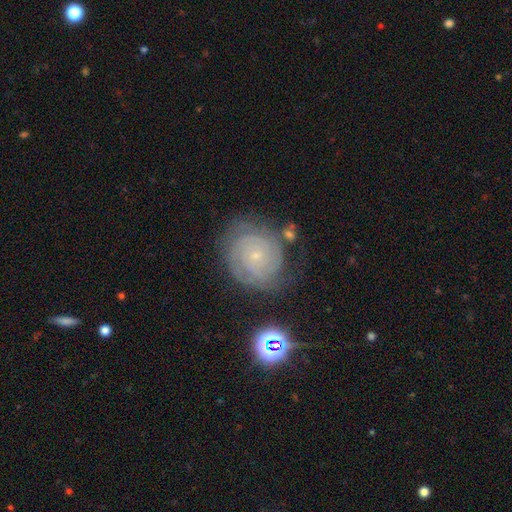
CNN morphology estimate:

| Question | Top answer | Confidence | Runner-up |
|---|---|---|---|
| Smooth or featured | featured or disk | 77% | smooth (13%) |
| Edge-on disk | no | 98% | yes (2%) |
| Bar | no | 80% | weak (17%) |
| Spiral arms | yes | 94% | no (6%) |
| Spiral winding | tight | 79% | medium (17%) |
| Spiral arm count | can't tell | 36% | 2 (24%) |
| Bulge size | small | 85% | moderate (10%) |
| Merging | none | 70% | minor disturbance (19%) |